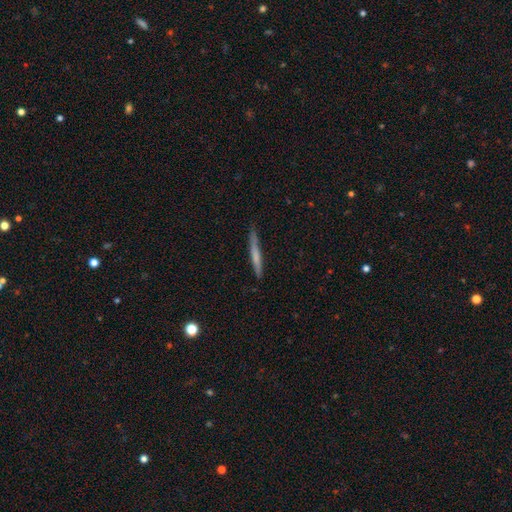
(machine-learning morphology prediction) Smooth or featured? smooth (58%)
How rounded? cigar-shaped (96%)
Merging? none (79%)